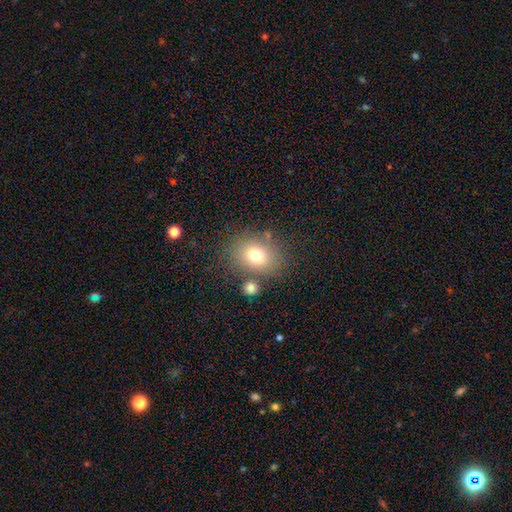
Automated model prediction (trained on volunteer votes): Smooth or featured?
  - smooth: 74% *
  - featured or disk: 14%
  - star or artifact: 13%
How rounded?
  - in between: 53% *
  - round: 46%
  - cigar-shaped: 1%
Merging?
  - none: 72% *
  - minor disturbance: 13%
  - merger: 11%
  - major disturbance: 5%